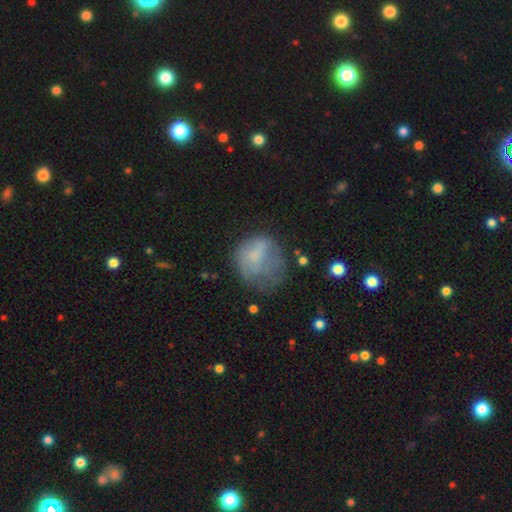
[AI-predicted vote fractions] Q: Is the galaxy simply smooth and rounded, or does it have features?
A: smooth — 60%.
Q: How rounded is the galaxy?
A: round — 67%.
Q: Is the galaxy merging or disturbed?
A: none — 35%.